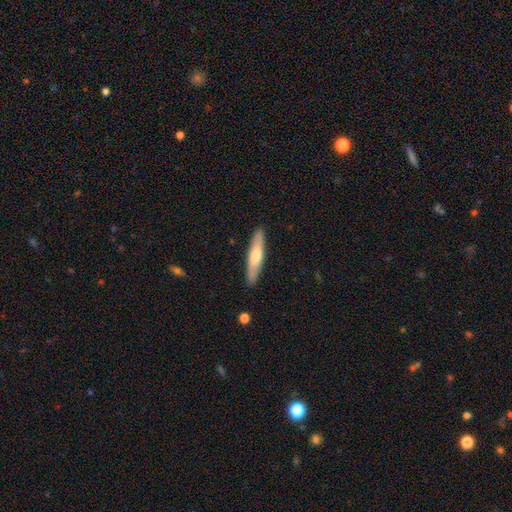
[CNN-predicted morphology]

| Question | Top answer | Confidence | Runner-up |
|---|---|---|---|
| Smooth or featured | smooth | 53% | featured or disk (41%) |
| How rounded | cigar-shaped | 86% | in between (12%) |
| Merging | none | 90% | minor disturbance (8%) |